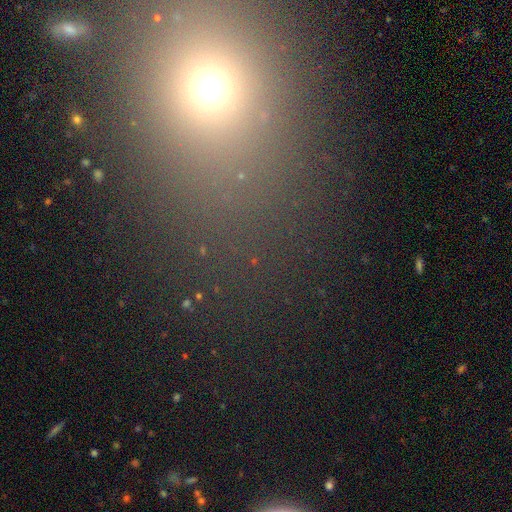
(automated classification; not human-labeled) This appears to be a smooth galaxy with no disk features (50%). Merging: none (79%).